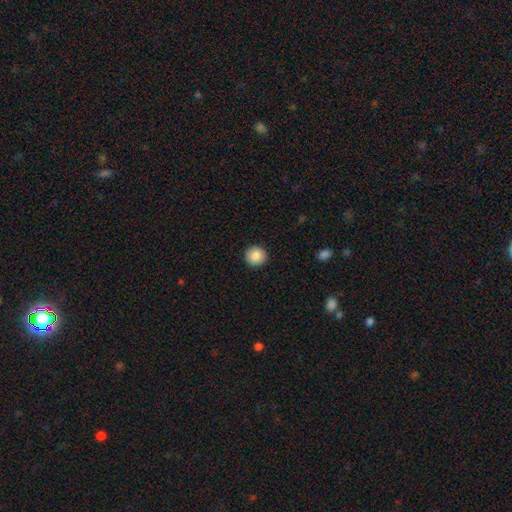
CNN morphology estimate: A smooth galaxy with no disk features (87%) that is round (92%).

Vote fractions:
- Smooth or featured? smooth: 87% / star or artifact: 8% / featured or disk: 5%
- How rounded? round: 92% / in between: 7% / cigar-shaped: 1%
- Merging? none: 92% / minor disturbance: 5% / major disturbance: 2% / merger: 1%